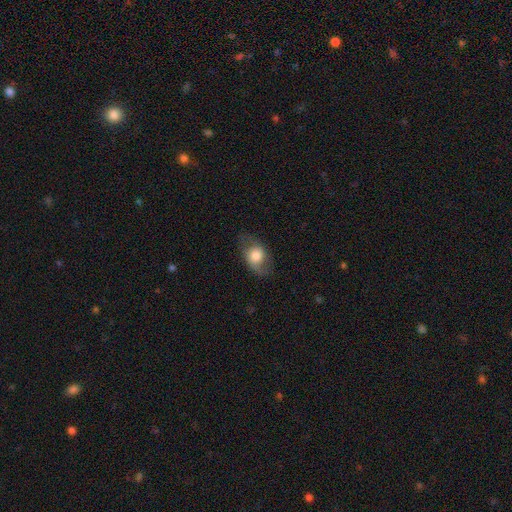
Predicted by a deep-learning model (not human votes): Smooth or featured: smooth — 64% (featured or disk — 29%)
How rounded: in between — 72% (round — 26%)
Merging: none — 72% (minor disturbance — 18%)